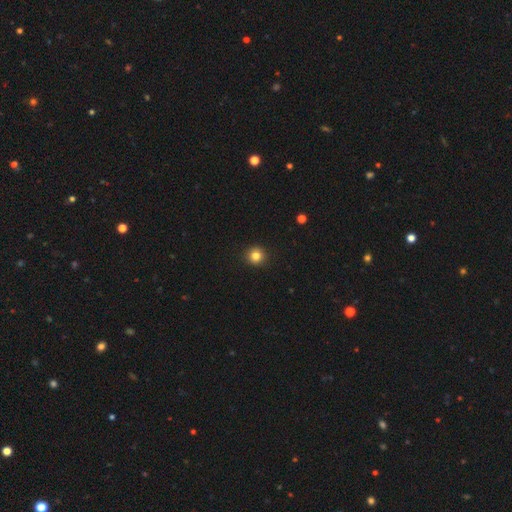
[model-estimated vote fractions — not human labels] Overall: smooth (83%). How rounded: round (94%). Merging: none (93%).